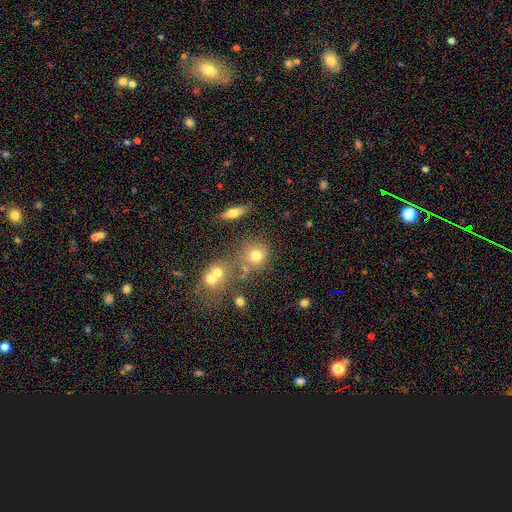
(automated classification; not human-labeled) This is likely a smooth galaxy (71%). How rounded: clearly round (82%). Merging: possibly none (59%).